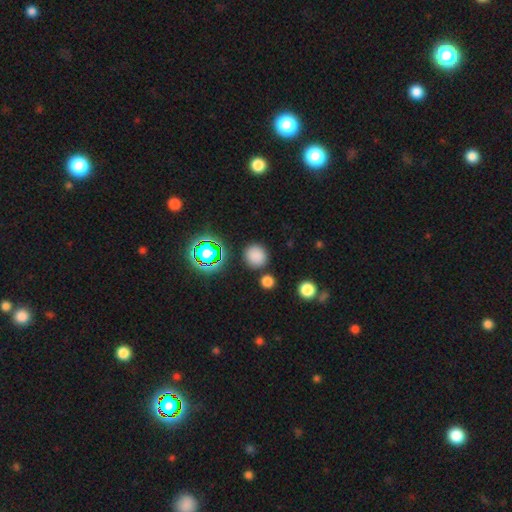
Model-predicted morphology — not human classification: This appears to be a smooth galaxy with no disk features (77%) that is round (89%). Merging: none (83%).